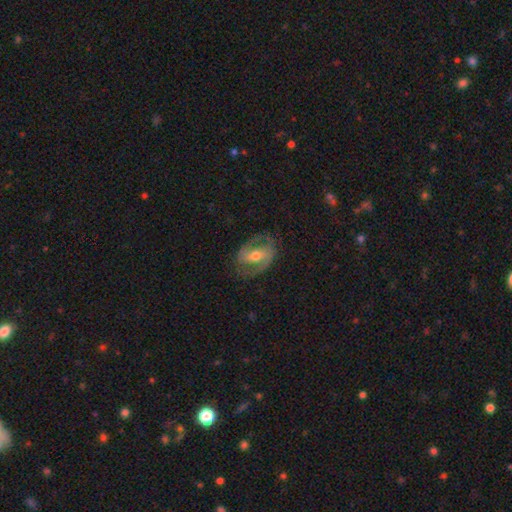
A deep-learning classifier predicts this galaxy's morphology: The model was most divided on "bar": weak: 38%, strong: 37%, no: 25%. More confident: edge-on disk — no (96%); spiral arms — yes (88%); spiral arm count — 2 (88%); smooth or featured — featured or disk (79%); merging — none (77%); bulge size — moderate (66%); spiral winding — medium (51%).